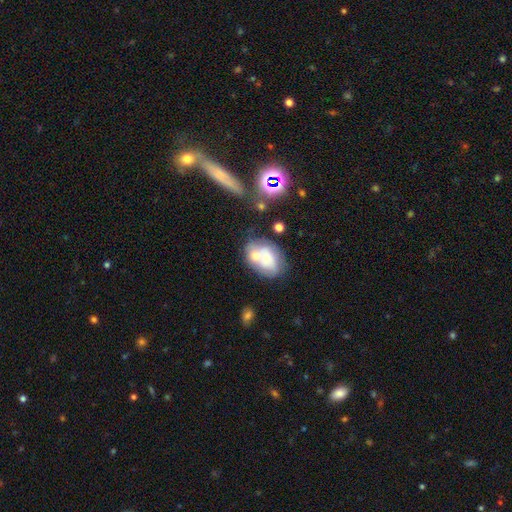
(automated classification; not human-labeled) Smooth or featured? Predicted: smooth (p=0.56). How rounded? Predicted: in between (p=0.73). Merging? Predicted: merger (p=0.48).